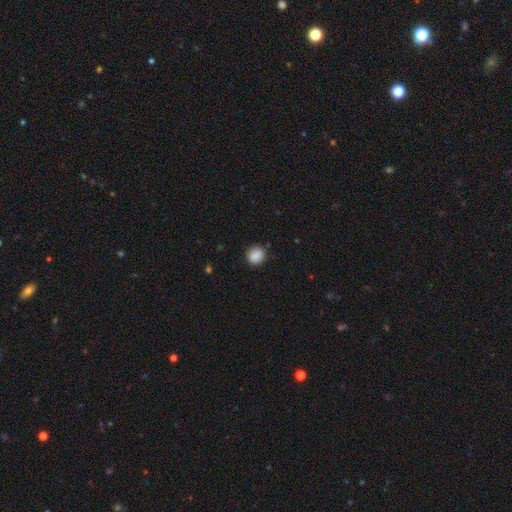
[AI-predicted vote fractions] A smooth galaxy with no disk features (87%) that is round (81%).

Vote fractions:
- Smooth or featured? smooth: 87% / star or artifact: 8% / featured or disk: 5%
- How rounded? round: 81% / in between: 18% / cigar-shaped: 1%
- Merging? none: 84% / minor disturbance: 12% / major disturbance: 3% / merger: 1%